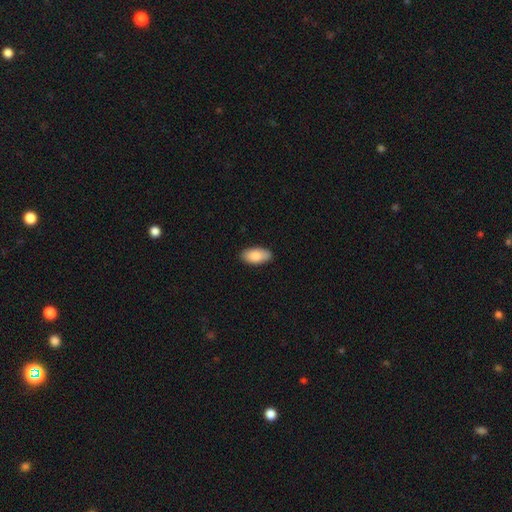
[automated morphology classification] Q: Smooth or featured?
A: smooth (87%); runner-up: featured or disk (7%)
Q: How rounded?
A: in between (94%); runner-up: cigar-shaped (3%)
Q: Merging?
A: none (85%); runner-up: minor disturbance (12%)